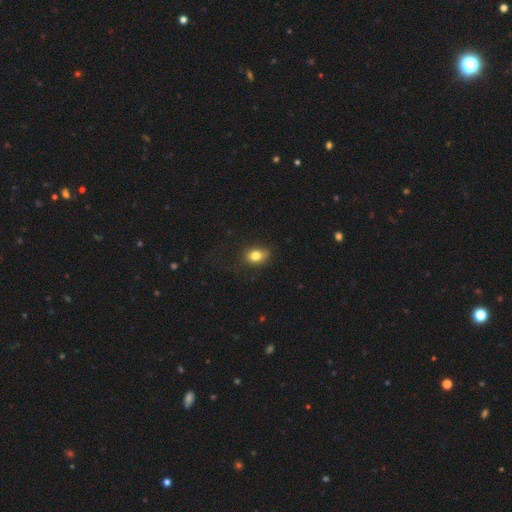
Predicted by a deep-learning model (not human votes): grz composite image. It shows a smooth galaxy with no disk features (81%) that is in between round and cigar-shaped (67%). Merging: none (75%).